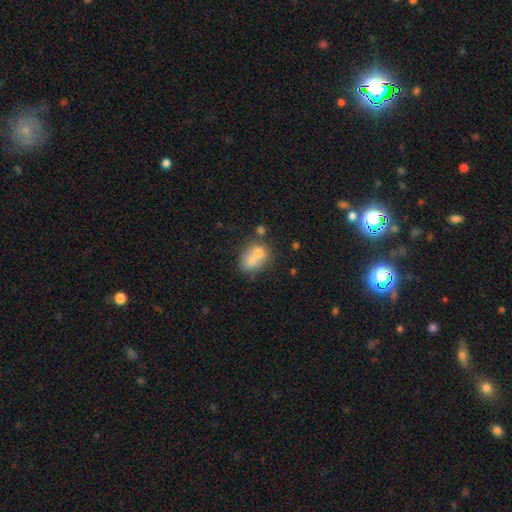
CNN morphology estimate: This appears to be a smooth galaxy with no disk features (69%) that is round (55%). Merging: merger (62%).